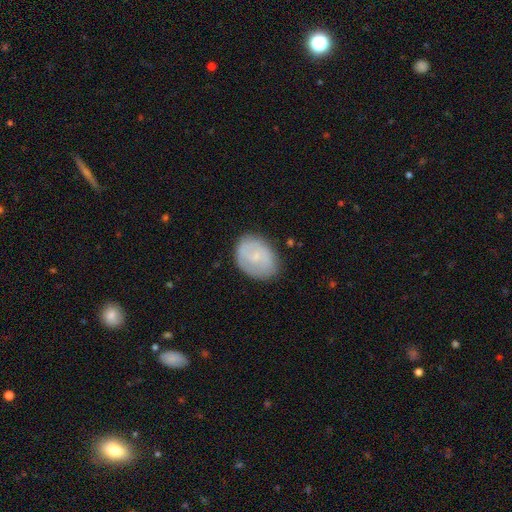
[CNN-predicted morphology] A smooth galaxy with no disk features (60%) that is in between round and cigar-shaped (67%). Merging: none (73%).